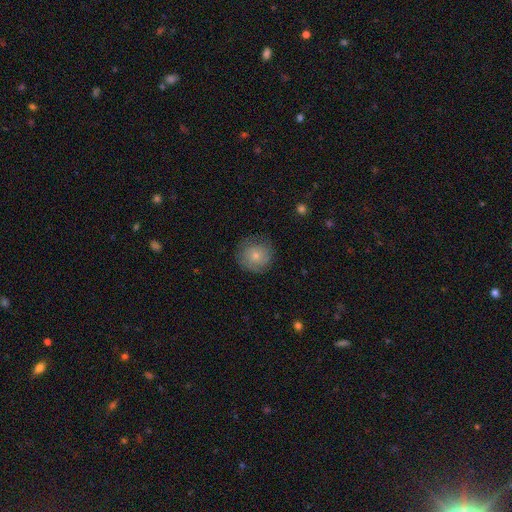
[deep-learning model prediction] Smooth or featured: smooth — 72% (featured or disk — 20%)
How rounded: round — 92% (in between — 7%)
Merging: none — 73% (minor disturbance — 19%)